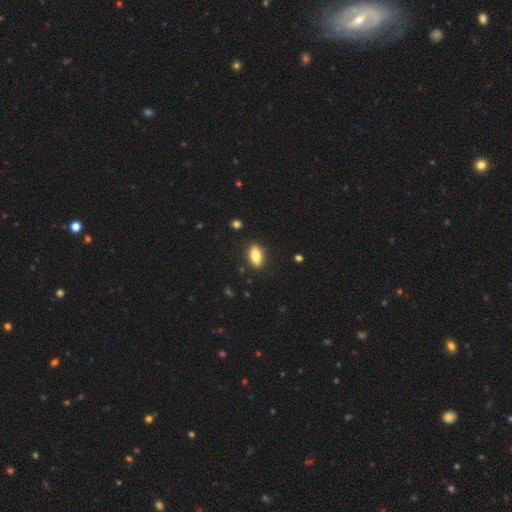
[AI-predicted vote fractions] Overall: smooth (79%). How rounded: in between (85%). Merging: none (88%).